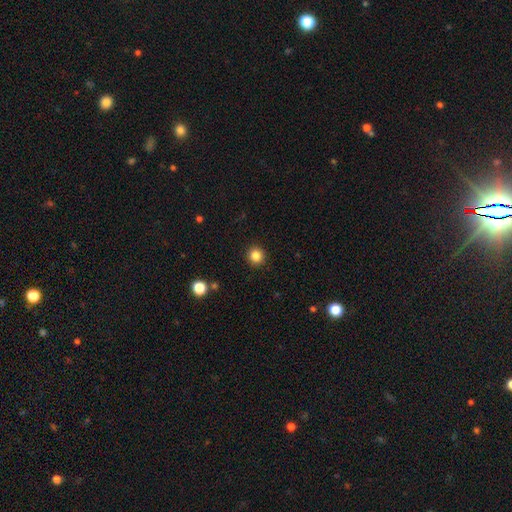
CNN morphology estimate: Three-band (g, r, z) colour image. It shows a smooth galaxy with no disk features (85%) that is round (92%). Merging: none (92%).